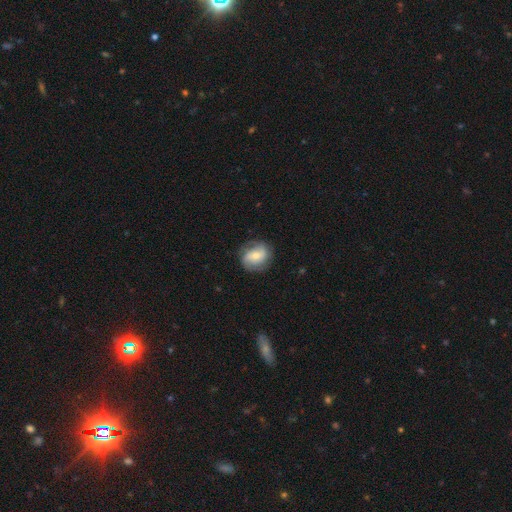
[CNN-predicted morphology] This is possibly a featured or disk galaxy (55%). It is clearly not viewed edge-on (97%). Bar: possibly no (48%). Spiral arm pattern: clearly yes (84%). Central bulge: possibly small (48%). Merging: likely none (78%).